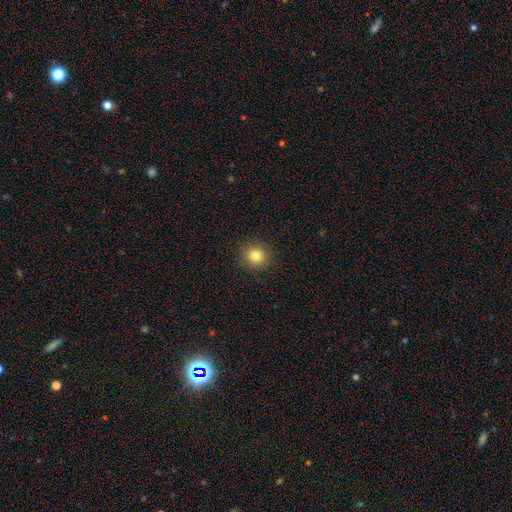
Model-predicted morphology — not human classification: Smooth or featured? Predicted: smooth (p=0.81). How rounded? Predicted: round (p=0.92). Merging? Predicted: none (p=0.90).